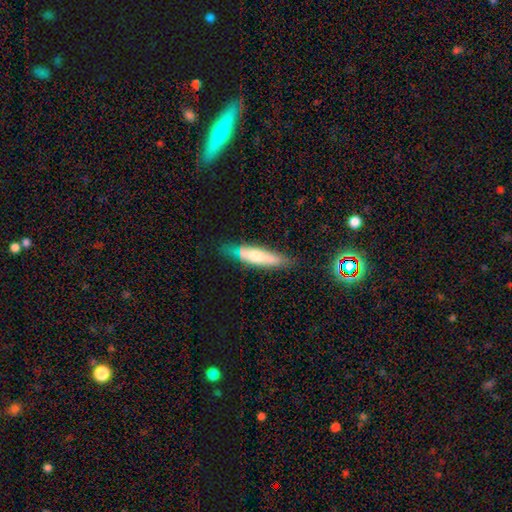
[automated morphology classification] smooth 53%, featured or disk 39%, star or artifact 7%. Down the decision tree: how rounded — cigar-shaped (71%); merging — none (66%).